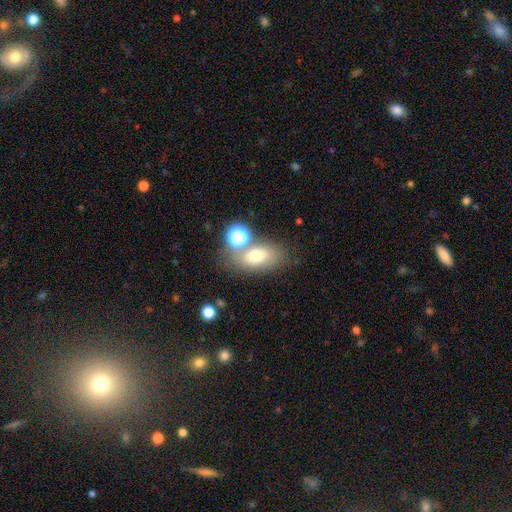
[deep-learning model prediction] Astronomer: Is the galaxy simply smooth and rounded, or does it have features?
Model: smooth — 69%.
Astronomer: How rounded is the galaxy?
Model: in between — 82%.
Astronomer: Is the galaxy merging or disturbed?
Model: none — 58%.